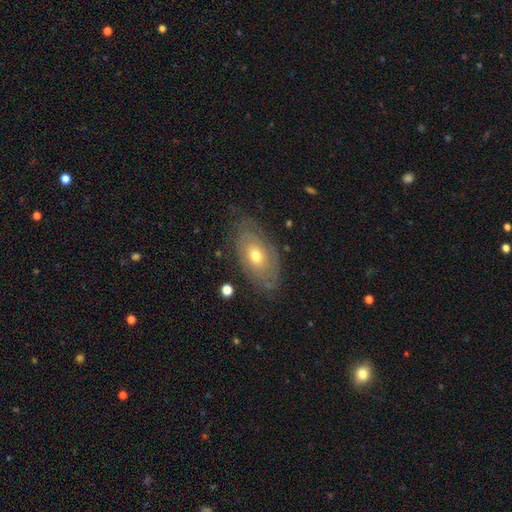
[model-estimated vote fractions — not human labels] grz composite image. It shows a featured or disk galaxy (62%) with no bar (83%), spiral arms (62%) and a moderate central bulge (66%). Merging: none (77%).